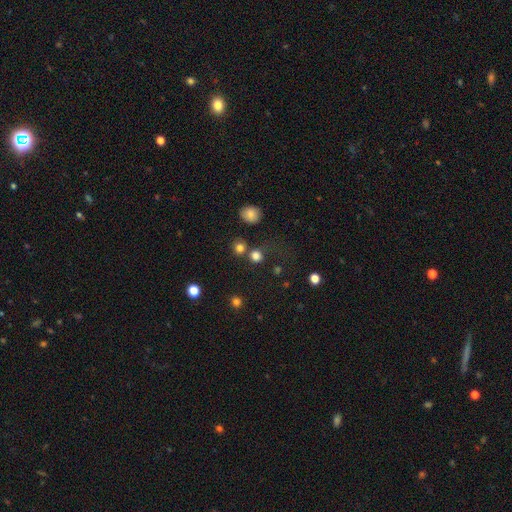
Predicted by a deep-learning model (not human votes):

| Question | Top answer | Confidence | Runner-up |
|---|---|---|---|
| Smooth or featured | smooth | 78% | star or artifact (16%) |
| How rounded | round | 88% | in between (11%) |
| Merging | none | 66% | merger (19%) |